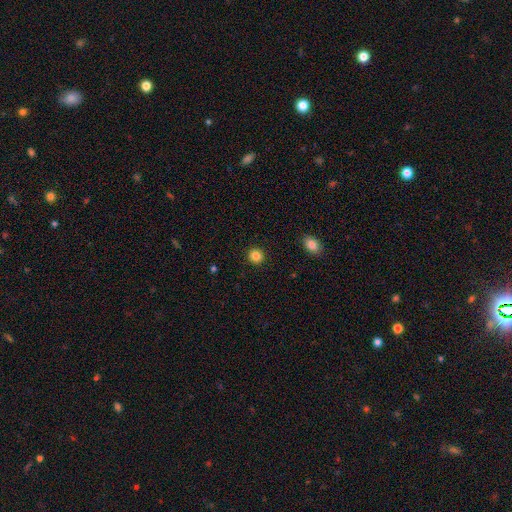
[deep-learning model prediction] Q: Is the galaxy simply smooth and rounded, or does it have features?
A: smooth — 85%.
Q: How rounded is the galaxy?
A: round — 91%.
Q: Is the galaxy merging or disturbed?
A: none — 92%.